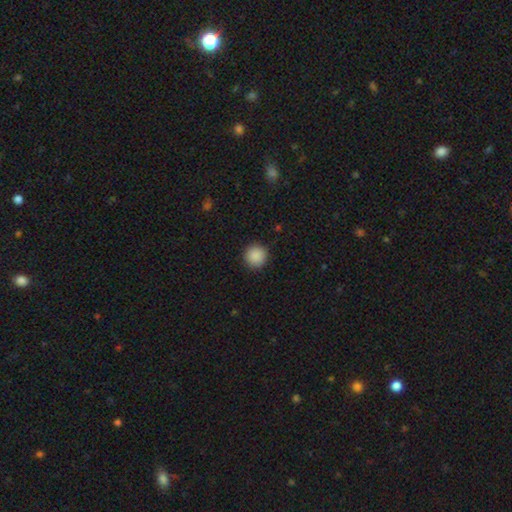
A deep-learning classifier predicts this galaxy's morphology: Smooth or featured: smooth — 89% (star or artifact — 8%)
How rounded: round — 96% (in between — 4%)
Merging: none — 92% (minor disturbance — 5%)